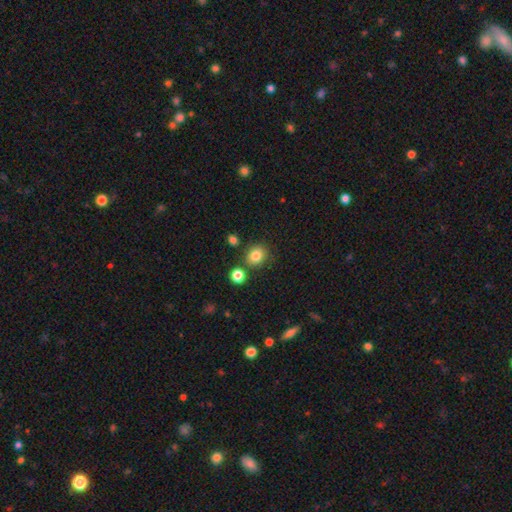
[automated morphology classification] type=smooth (82%); roundness=round (69%); merging=none (78%).